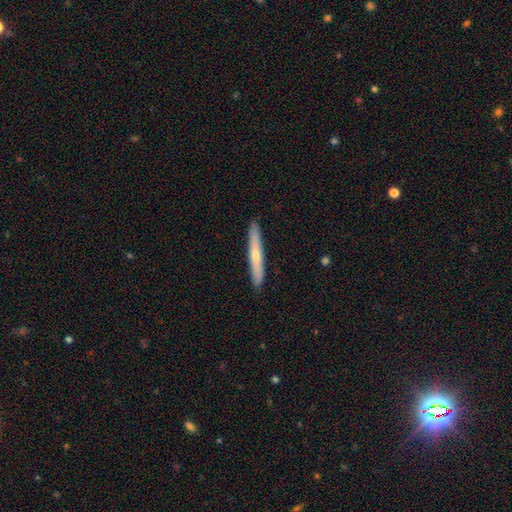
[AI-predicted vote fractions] Smooth or featured? smooth (56%)
How rounded? cigar-shaped (96%)
Merging? none (91%)